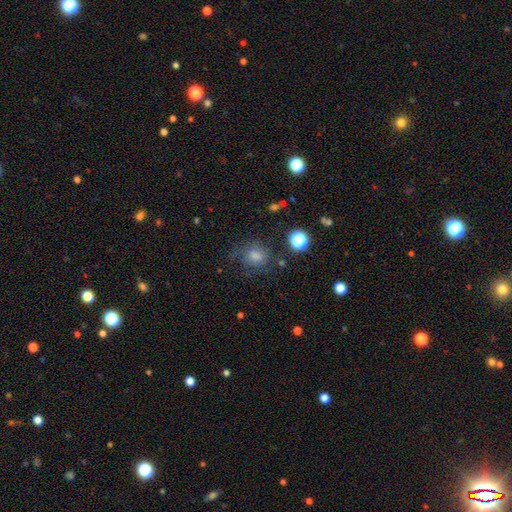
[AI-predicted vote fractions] Smooth or featured: smooth — 55% (star or artifact — 24%)
How rounded: round — 73% (in between — 25%)
Merging: none — 65% (minor disturbance — 20%)